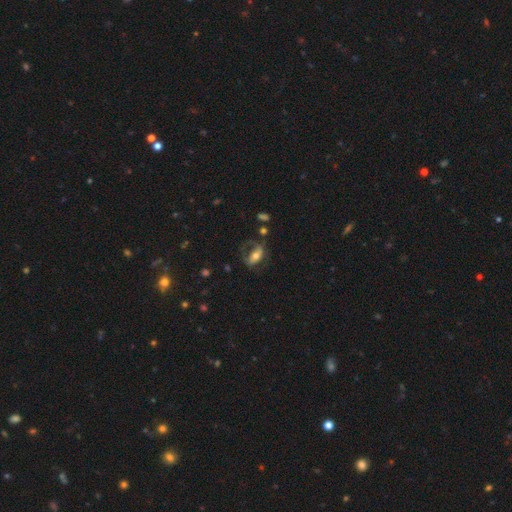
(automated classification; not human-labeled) Smooth or featured?
  - featured or disk: 48% *
  - smooth: 44%
  - star or artifact: 8%
Merging?
  - none: 40% *
  - major disturbance: 35%
  - minor disturbance: 21%
  - merger: 4%